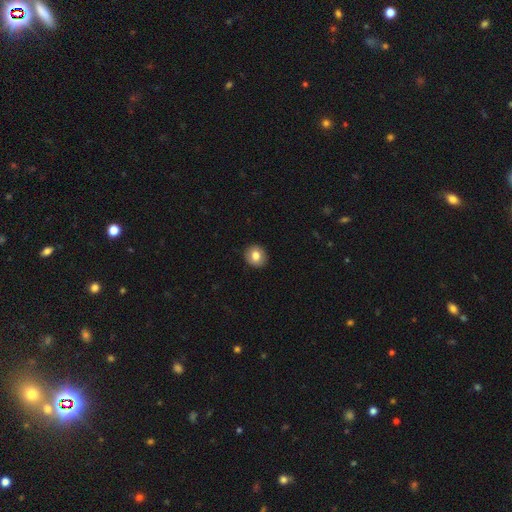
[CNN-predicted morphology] type=smooth (80%); roundness=round (84%); merging=none (91%).